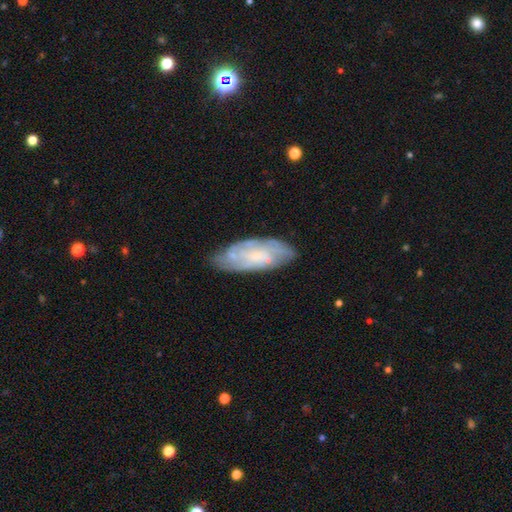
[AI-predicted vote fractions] A featured or disk galaxy (67%) with no bar (62%), tight (54%) spiral arms (84%) and a small central bulge (68%).

Vote fractions:
- Smooth or featured? featured or disk: 67% / smooth: 26% / star or artifact: 7%
- Edge-on disk? no: 90% / yes: 10%
- Bar? no: 62% / weak: 32% / strong: 7%
- Spiral arms? yes: 84% / no: 16%
- Spiral winding? tight: 54% / medium: 35% / loose: 11%
- Spiral arm count? can't tell: 51% / 2: 17% / 3: 14% / 4: 11% / more than 4: 4% / 1: 4%
- Bulge size? small: 68% / moderate: 18% / none: 11% / large: 1% / dominant: 1%
- Merging? none: 73% / minor disturbance: 20% / major disturbance: 5% / merger: 2%